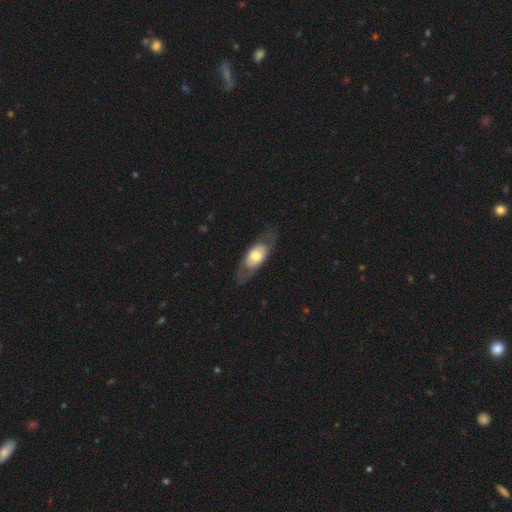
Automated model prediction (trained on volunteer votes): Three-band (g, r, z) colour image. It shows a smooth galaxy with no disk features (50%). Merging: none (74%).